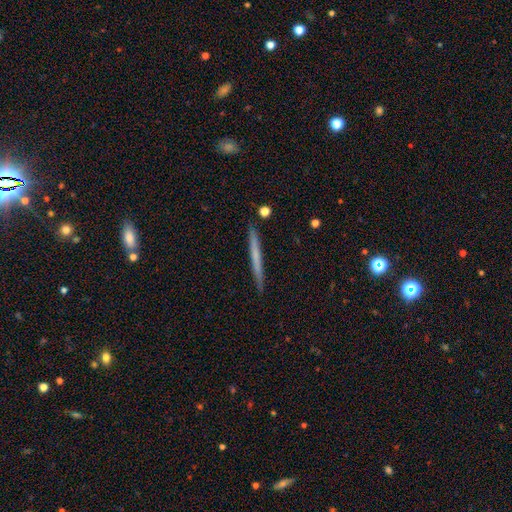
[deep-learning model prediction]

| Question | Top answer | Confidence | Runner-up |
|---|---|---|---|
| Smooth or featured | smooth | 56% | featured or disk (39%) |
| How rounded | cigar-shaped | 97% | in between (2%) |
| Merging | none | 91% | minor disturbance (6%) |